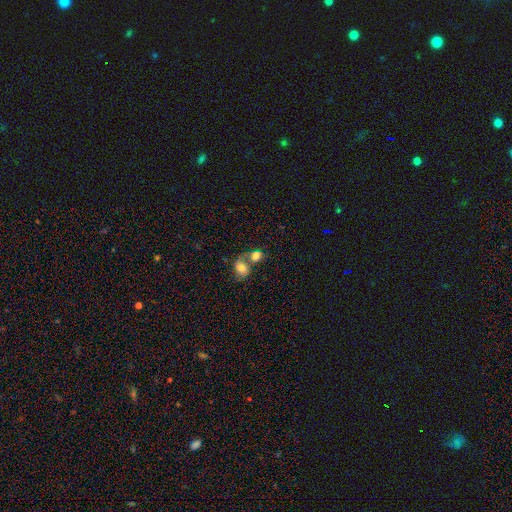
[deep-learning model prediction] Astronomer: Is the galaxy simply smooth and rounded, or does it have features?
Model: smooth — 72%.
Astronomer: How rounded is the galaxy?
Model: round — 56% (runner-up: in between, 42%).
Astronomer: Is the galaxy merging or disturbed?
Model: merger — 63%.